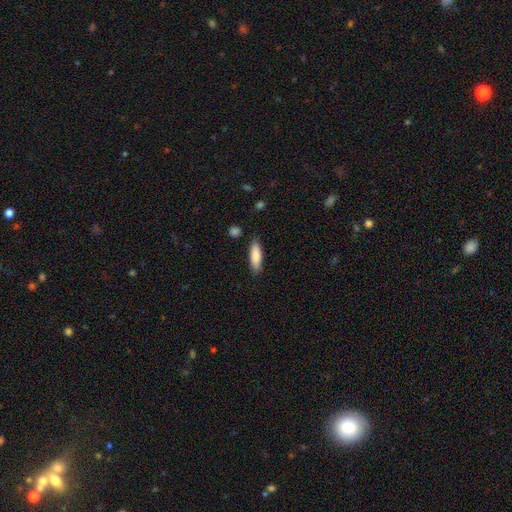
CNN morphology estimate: Smooth or featured: smooth — 84% (featured or disk — 10%)
How rounded: cigar-shaped — 57% (in between — 41%)
Merging: none — 86% (minor disturbance — 10%)